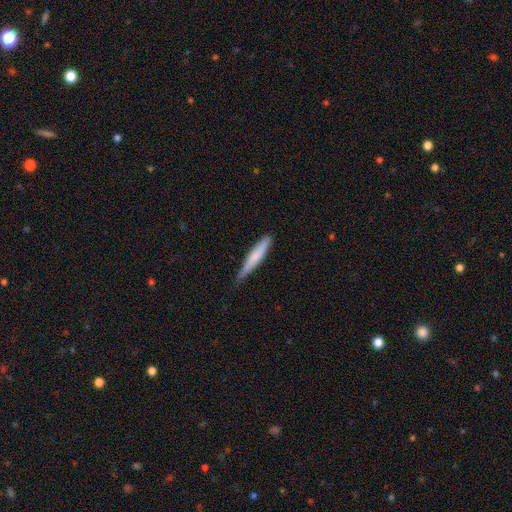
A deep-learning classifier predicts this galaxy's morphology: This is likely a smooth galaxy (68%). How rounded: clearly cigar-shaped (93%). Merging: likely none (71%).